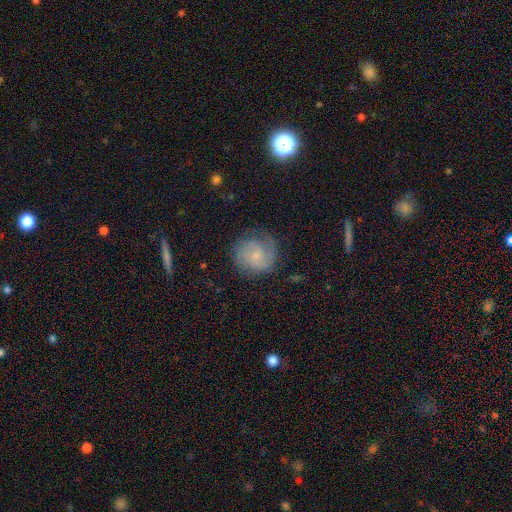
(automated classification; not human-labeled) This is possibly a featured or disk galaxy (58%). It is clearly not viewed edge-on (97%). Bar: likely no (73%). Spiral arm pattern: clearly yes (89%). Spiral arm count: marginally 2 (36%). Spiral winding: possibly tight (50%). Central bulge: likely small (70%). Merging: likely none (68%).